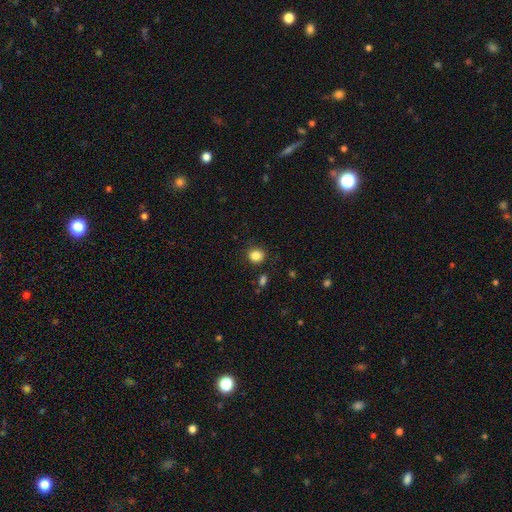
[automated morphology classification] Smooth or featured? smooth (85%)
How rounded? round (79%)
Merging? none (85%)